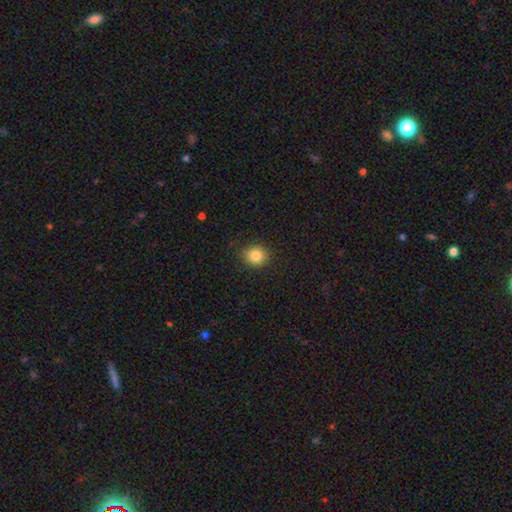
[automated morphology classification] type=smooth (84%); roundness=round (80%); merging=none (89%).